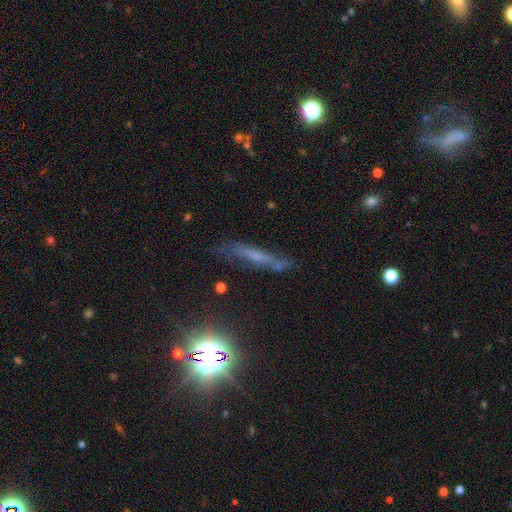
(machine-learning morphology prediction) smooth-or-featured: featured or disk: 41% | smooth: 36% | star or artifact: 23%
  merging: none: 65% | minor disturbance: 21% | major disturbance: 9% | merger: 4%